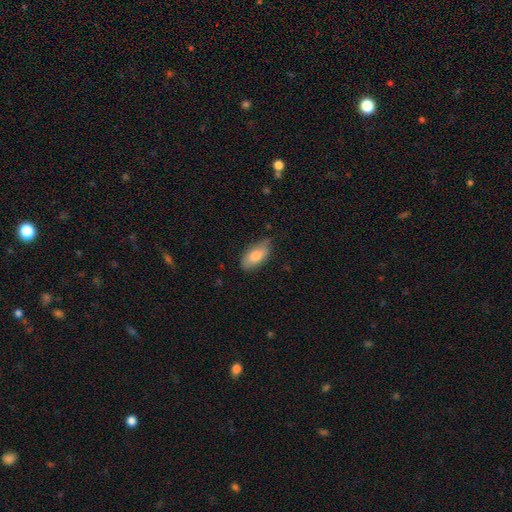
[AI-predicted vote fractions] Smooth or featured: smooth — 78% (featured or disk — 16%)
How rounded: in between — 90% (cigar-shaped — 7%)
Merging: none — 72% (minor disturbance — 23%)